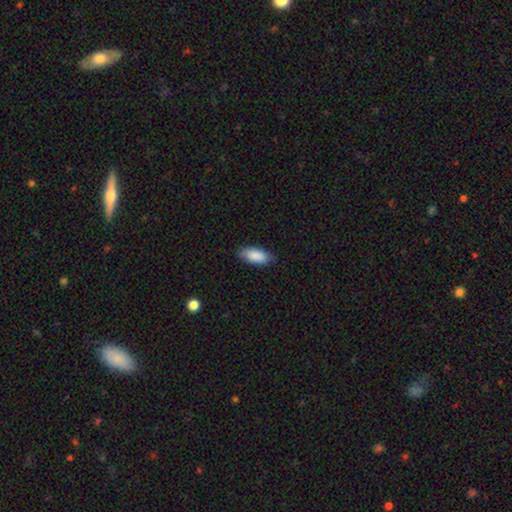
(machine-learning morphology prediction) smooth-or-featured: smooth: 89% | star or artifact: 6% | featured or disk: 6%
  how-rounded: in between: 86% | cigar-shaped: 13% | round: 2%
  merging: none: 84% | minor disturbance: 12% | major disturbance: 2% | merger: 1%